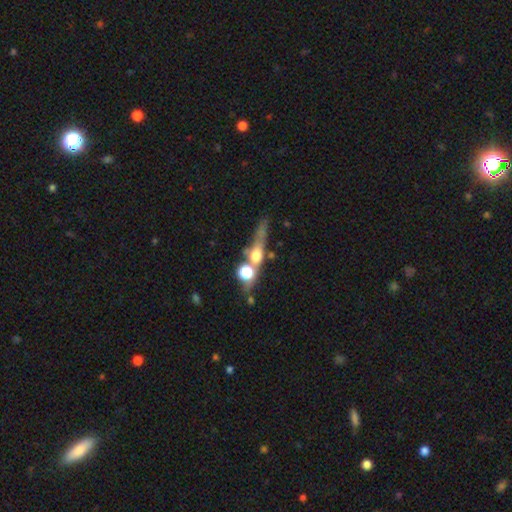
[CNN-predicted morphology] Smooth or featured: smooth — 41% (featured or disk — 40%)
Merging: none — 46% (merger — 31%)